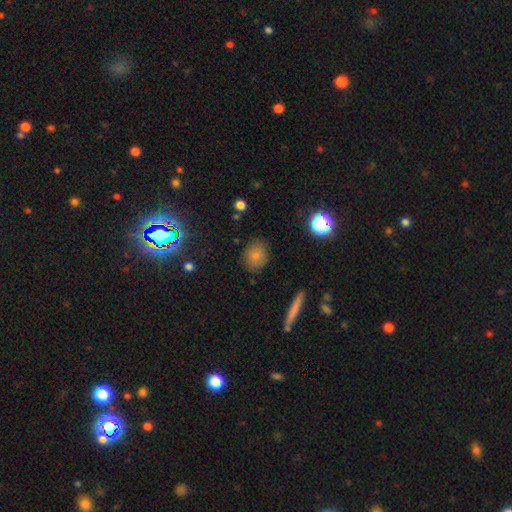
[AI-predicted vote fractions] smooth_or_featured: smooth (p=0.77) [alt: star or artifact p=0.11]
how_rounded: round (p=0.61) [alt: in between p=0.37]
merging: none (p=0.82) [alt: minor disturbance p=0.12]